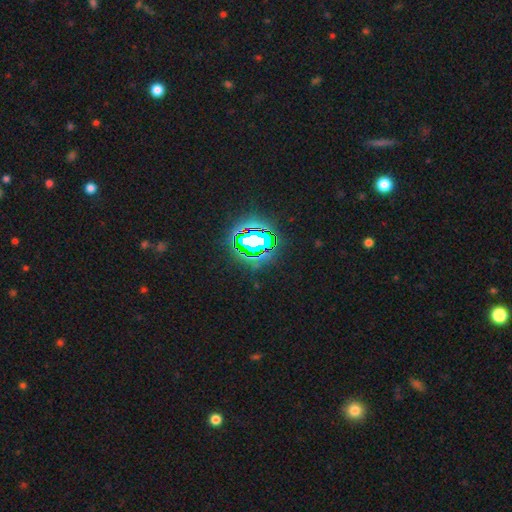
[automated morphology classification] star or artifact 83%, smooth 11%, featured or disk 6%.